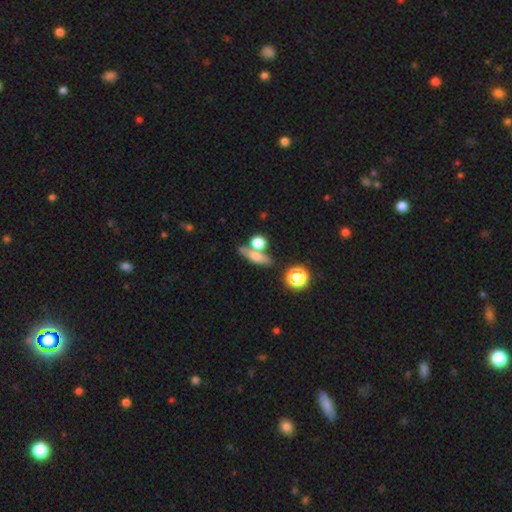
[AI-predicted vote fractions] This is possibly a smooth galaxy (58%). How rounded: marginally cigar-shaped (45%). Merging: likely none (63%).